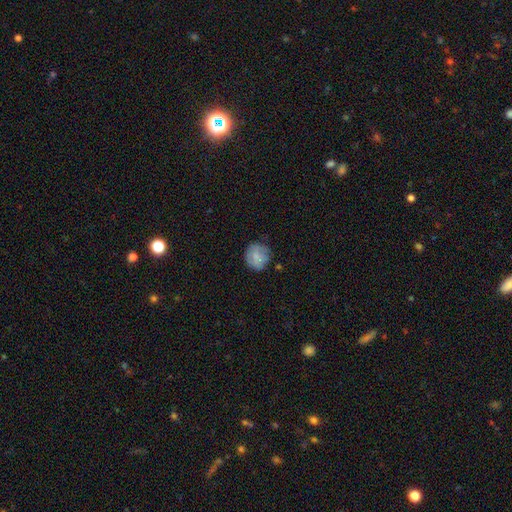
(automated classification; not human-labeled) A smooth galaxy with no disk features (77%) that is round (88%).

Vote fractions:
- Smooth or featured? smooth: 77% / featured or disk: 16% / star or artifact: 8%
- How rounded? round: 88% / in between: 11% / cigar-shaped: 1%
- Merging? none: 74% / minor disturbance: 19% / major disturbance: 5% / merger: 2%